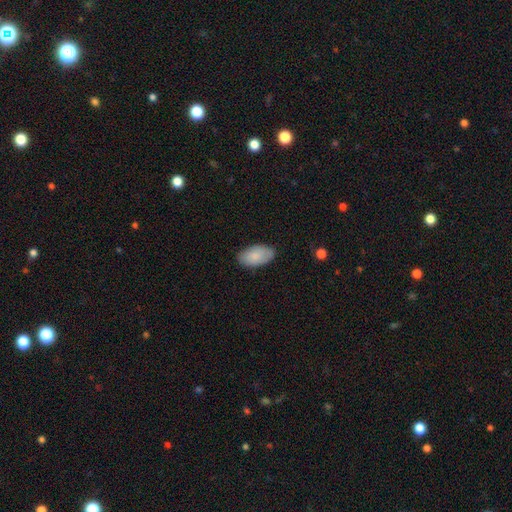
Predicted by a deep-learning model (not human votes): Q: Smooth or featured?
A: smooth (85%); runner-up: featured or disk (9%)
Q: How rounded?
A: in between (95%); runner-up: round (3%)
Q: Merging?
A: none (83%); runner-up: minor disturbance (14%)